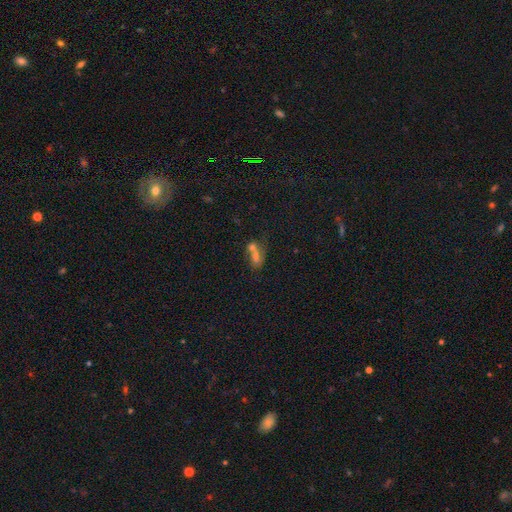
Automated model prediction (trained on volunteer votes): This appears to be a smooth galaxy with no disk features (55%) that is in between round and cigar-shaped (68%). Merging: merger (59%).